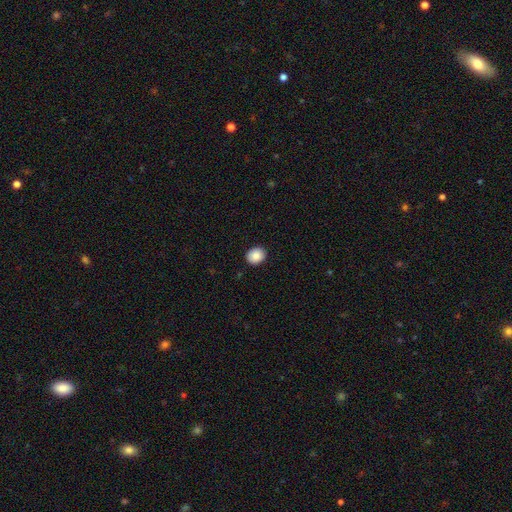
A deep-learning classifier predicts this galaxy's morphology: Overall: smooth (87%). How rounded: round (61%; in between 39%). Merging: none (90%).